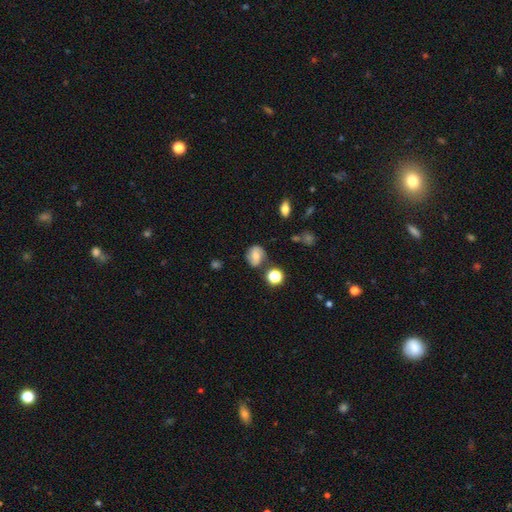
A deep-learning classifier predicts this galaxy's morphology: Smooth or featured? smooth (46%)
Merging? none (69%)